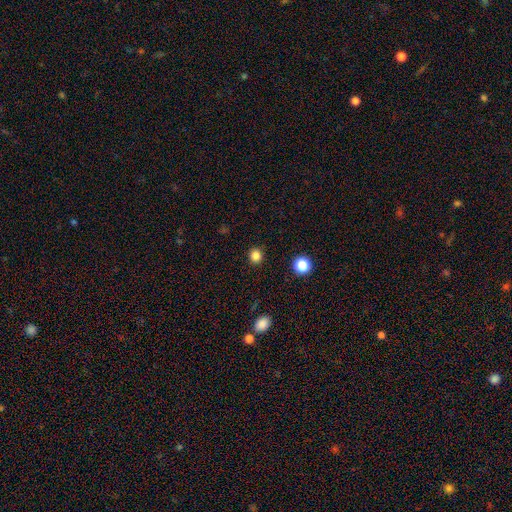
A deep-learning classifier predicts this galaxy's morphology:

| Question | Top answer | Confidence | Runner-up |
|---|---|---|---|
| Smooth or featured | smooth | 83% | star or artifact (13%) |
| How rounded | round | 90% | in between (9%) |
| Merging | none | 92% | minor disturbance (5%) |